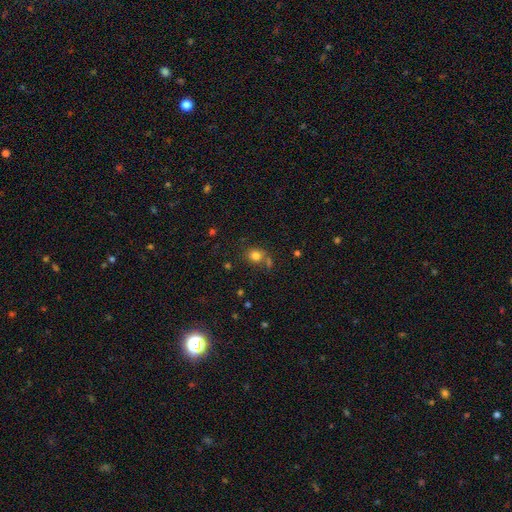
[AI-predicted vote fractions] Smooth or featured: smooth — 79% (star or artifact — 13%)
How rounded: round — 65% (in between — 34%)
Merging: none — 63% (merger — 18%)